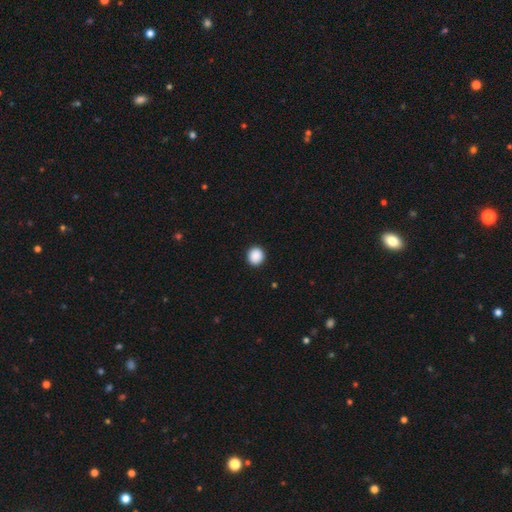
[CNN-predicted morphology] smooth 90%, star or artifact 8%, featured or disk 2%. Down the decision tree: how rounded — round (91%); merging — none (93%).